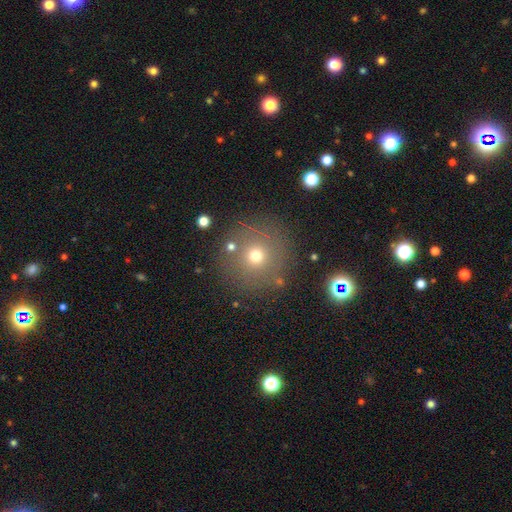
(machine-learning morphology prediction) This appears to be a smooth galaxy with no disk features (67%) that is round (93%). Merging: none (84%).